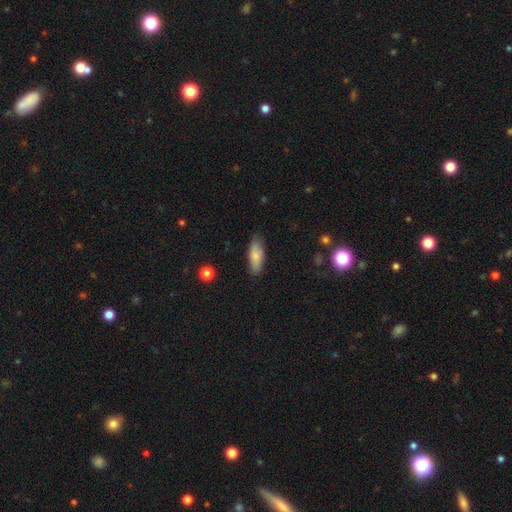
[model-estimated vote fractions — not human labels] Morphology: type=smooth (80%); roundness=in between (70%); merging=none (79%).